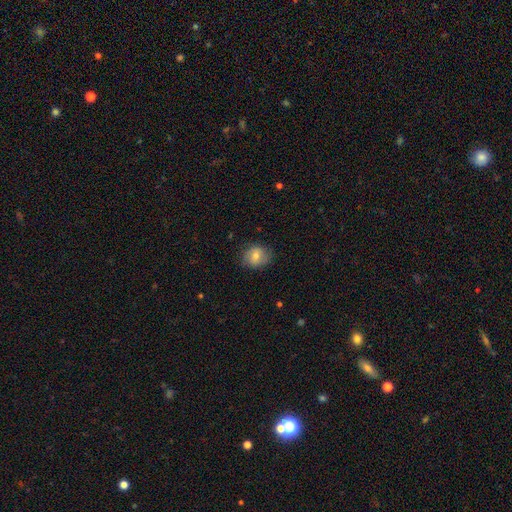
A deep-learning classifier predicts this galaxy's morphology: A smooth galaxy with no disk features (74%) that is round (66%).

Vote fractions:
- Smooth or featured? smooth: 74% / featured or disk: 18% / star or artifact: 9%
- How rounded? round: 66% / in between: 33% / cigar-shaped: 1%
- Merging? none: 80% / minor disturbance: 15% / major disturbance: 4% / merger: 1%